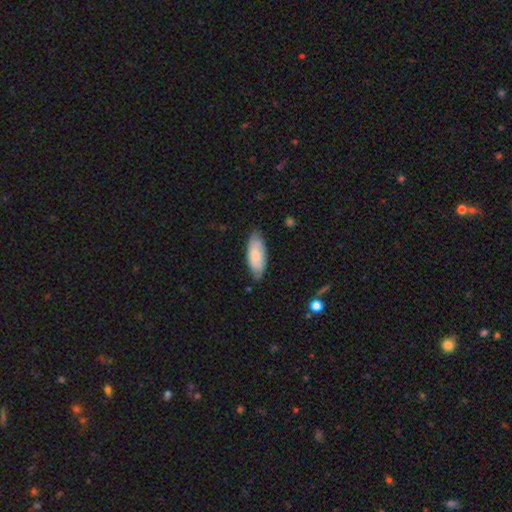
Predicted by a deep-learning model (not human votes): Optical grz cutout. It shows a smooth galaxy with no disk features (71%) that is in between round and cigar-shaped (79%). Merging: none (76%).